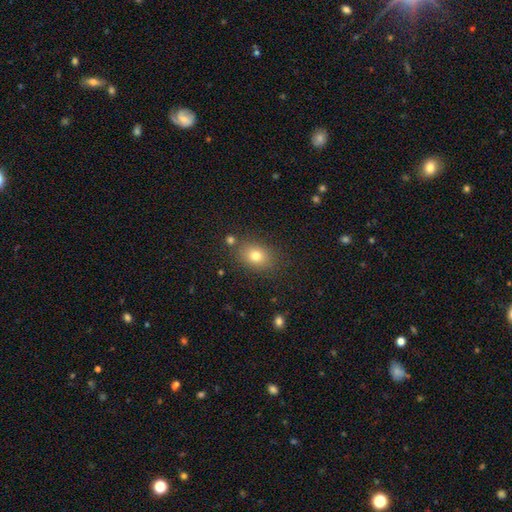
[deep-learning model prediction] The model was most divided on "how rounded": in between: 60%, round: 39%, cigar-shaped: 1%. More confident: merging — none (80%); smooth or featured — smooth (78%).